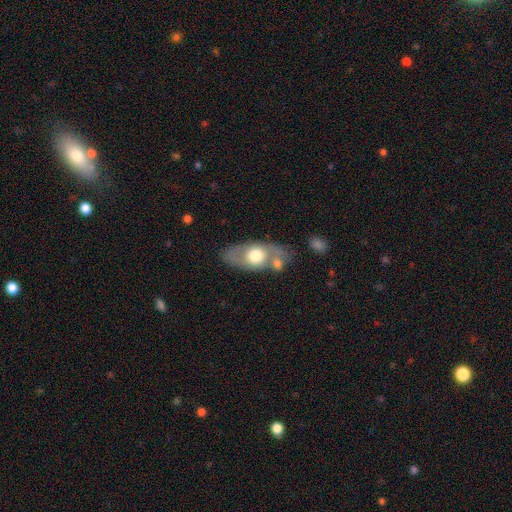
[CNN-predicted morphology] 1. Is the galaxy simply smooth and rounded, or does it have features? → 51% smooth, 44% featured or disk, 6% star or artifact.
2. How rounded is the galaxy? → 85% in between, 9% round, 6% cigar-shaped.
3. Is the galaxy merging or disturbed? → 57% none, 19% merger, 17% minor disturbance, 7% major disturbance.